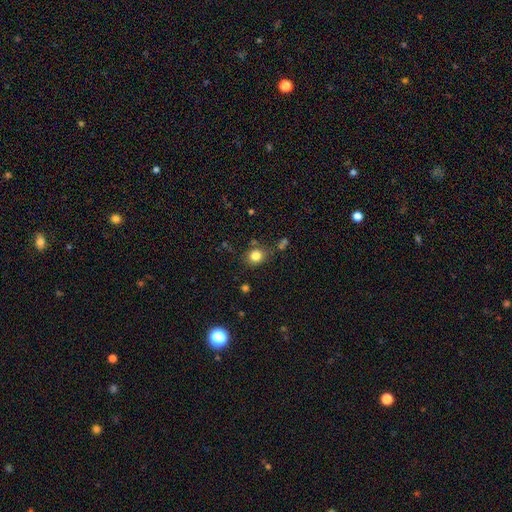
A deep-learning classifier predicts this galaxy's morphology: smooth_or_featured: smooth (p=0.82) [alt: star or artifact p=0.12]
how_rounded: round (p=0.74) [alt: in between p=0.25]
merging: none (p=0.78) [alt: minor disturbance p=0.13]